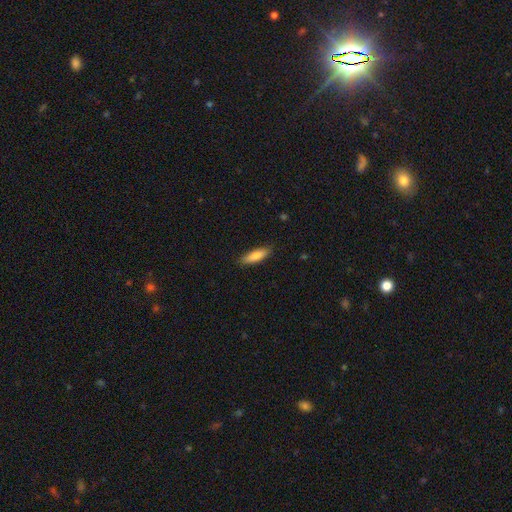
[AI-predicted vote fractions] Q: Smooth or featured?
A: smooth (81%); runner-up: featured or disk (13%)
Q: How rounded?
A: cigar-shaped (59%); runner-up: in between (40%)
Q: Merging?
A: none (87%); runner-up: minor disturbance (10%)